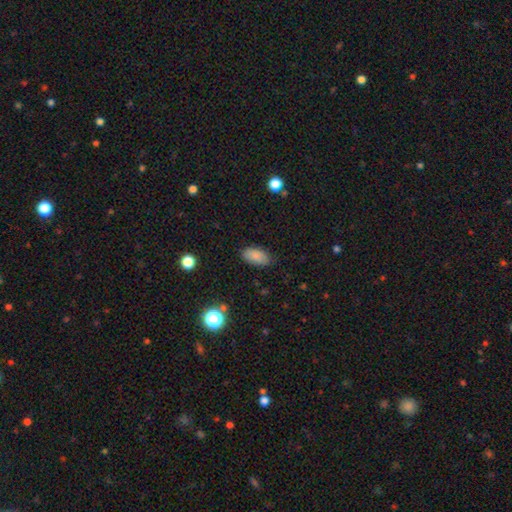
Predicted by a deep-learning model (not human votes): Q: Smooth or featured?
A: smooth (84%); runner-up: star or artifact (9%)
Q: How rounded?
A: in between (92%); runner-up: round (4%)
Q: Merging?
A: none (84%); runner-up: minor disturbance (12%)